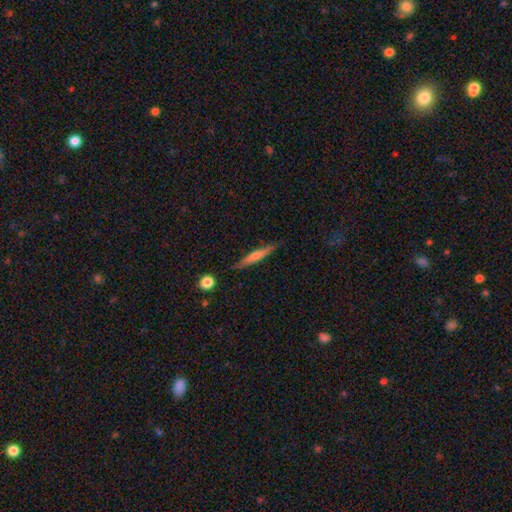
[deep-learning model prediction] Morphology: type=featured or disk (52%); edge-on=yes (96%); merging=none (89%).